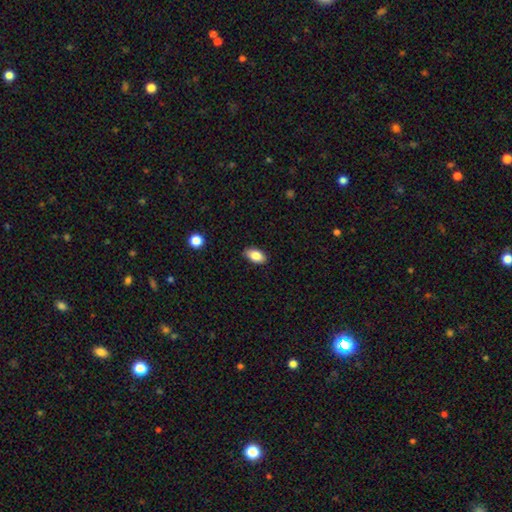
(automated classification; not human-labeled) Morphology: type=smooth (84%); roundness=in between (91%); merging=none (86%).